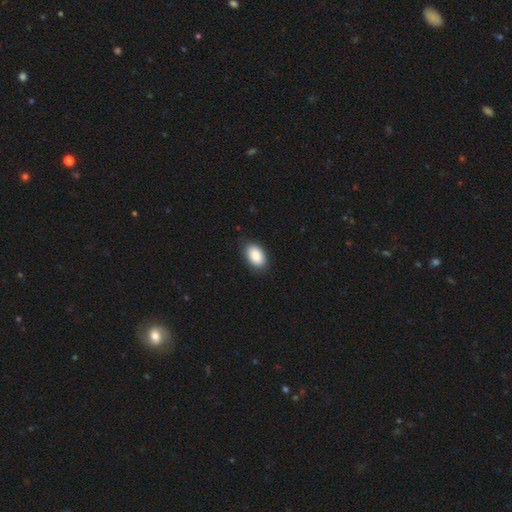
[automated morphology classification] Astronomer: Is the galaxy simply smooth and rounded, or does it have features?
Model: smooth — 88%.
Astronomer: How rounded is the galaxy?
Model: in between — 93%.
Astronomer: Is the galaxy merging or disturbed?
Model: none — 86%.